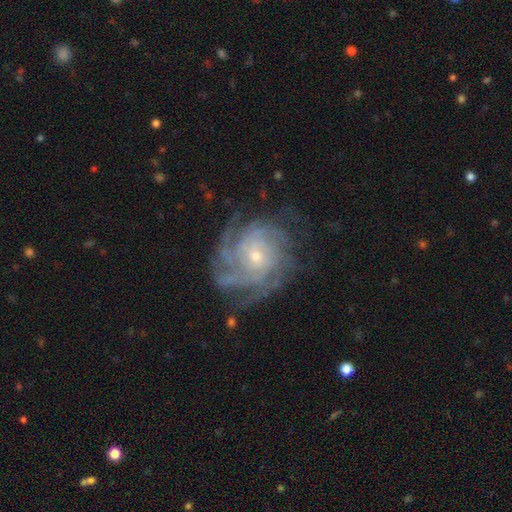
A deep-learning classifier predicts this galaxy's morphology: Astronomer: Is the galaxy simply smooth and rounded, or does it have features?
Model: featured or disk — 86%.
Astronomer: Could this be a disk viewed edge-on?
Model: no — 97%.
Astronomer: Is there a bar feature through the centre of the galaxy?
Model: no — 73%.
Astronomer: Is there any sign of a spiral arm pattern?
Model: yes — 96%.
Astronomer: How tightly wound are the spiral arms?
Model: tight — 66%.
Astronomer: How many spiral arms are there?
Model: can't tell — 30% (runner-up: 4, 25%).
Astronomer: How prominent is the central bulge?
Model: small — 70%.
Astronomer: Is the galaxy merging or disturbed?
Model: none — 68%.